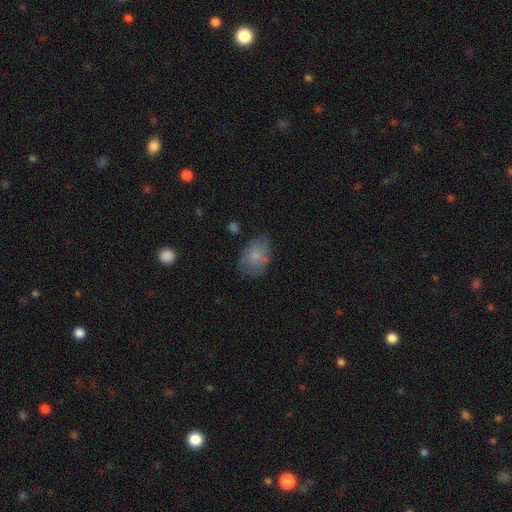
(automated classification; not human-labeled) smooth-or-featured: smooth: 74% | featured or disk: 18% | star or artifact: 8%
  how-rounded: in between: 79% | round: 19% | cigar-shaped: 1%
  merging: none: 66% | minor disturbance: 24% | major disturbance: 7% | merger: 3%